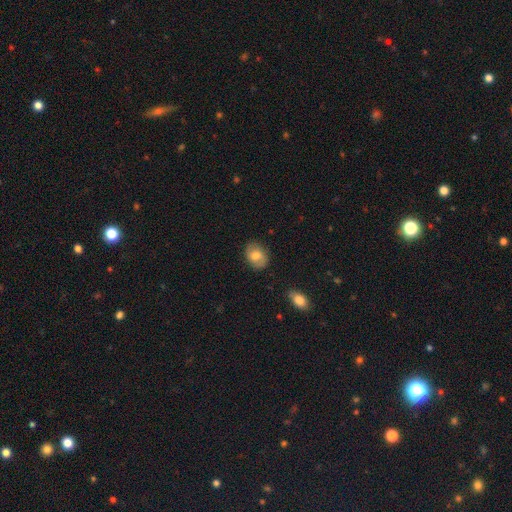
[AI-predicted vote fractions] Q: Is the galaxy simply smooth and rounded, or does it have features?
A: smooth — 63%.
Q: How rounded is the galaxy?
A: in between — 61%.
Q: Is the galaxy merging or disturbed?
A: none — 82%.